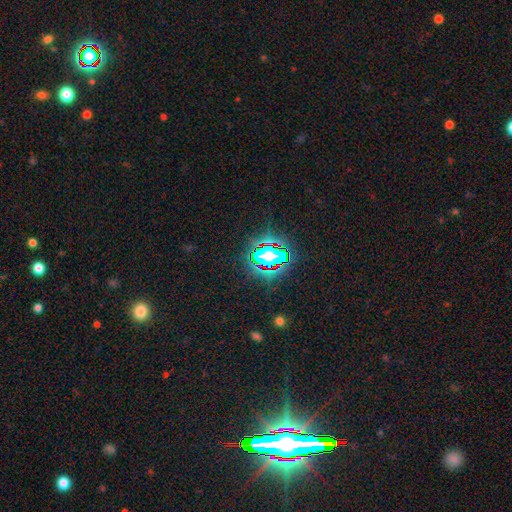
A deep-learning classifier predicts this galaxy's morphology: A star or artifact, not a galaxy (84%).

Vote fractions:
- Smooth or featured? star or artifact: 84% / smooth: 9% / featured or disk: 7%